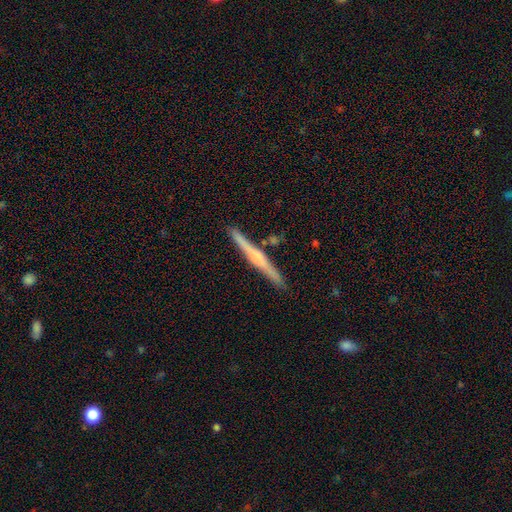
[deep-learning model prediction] Smooth or featured? featured or disk (63%)
Edge-on disk? yes (98%)
Edge-on bulge? rounded (59%)
Merging? none (87%)